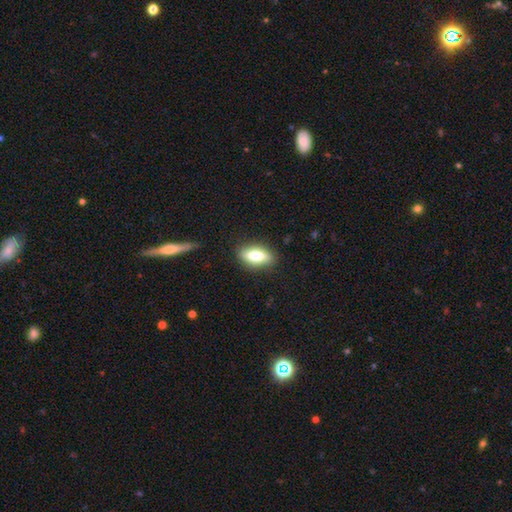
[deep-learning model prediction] Smooth or featured? Predicted: smooth (p=0.69). How rounded? Predicted: in between (p=0.76). Merging? Predicted: none (p=0.86).